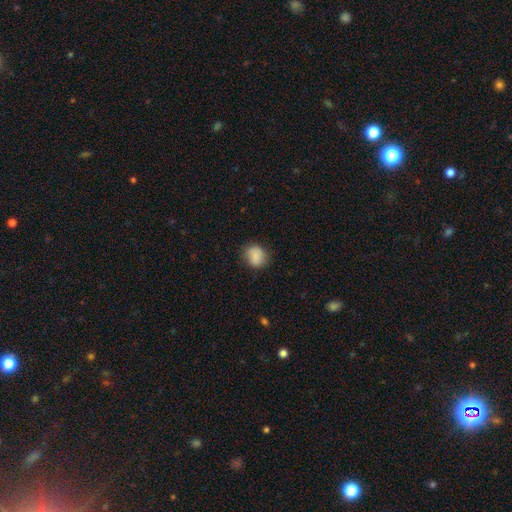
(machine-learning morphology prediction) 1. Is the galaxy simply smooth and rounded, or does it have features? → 82% smooth, 10% featured or disk, 8% star or artifact.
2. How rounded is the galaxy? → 73% round, 26% in between, 1% cigar-shaped.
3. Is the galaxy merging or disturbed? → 75% none, 19% minor disturbance, 5% major disturbance, 1% merger.